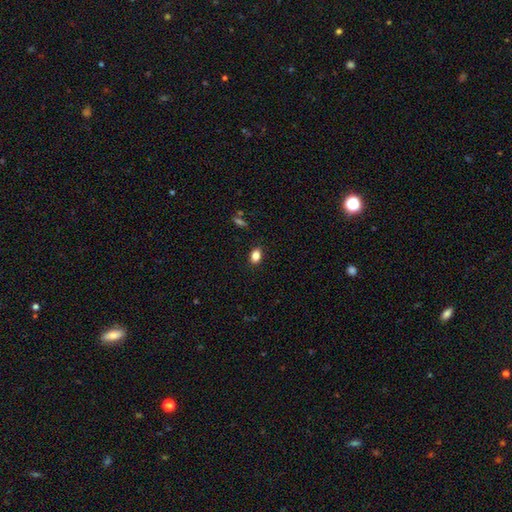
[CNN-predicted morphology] Smooth or featured: smooth — 84% (star or artifact — 11%)
How rounded: in between — 76% (round — 22%)
Merging: none — 88% (minor disturbance — 9%)